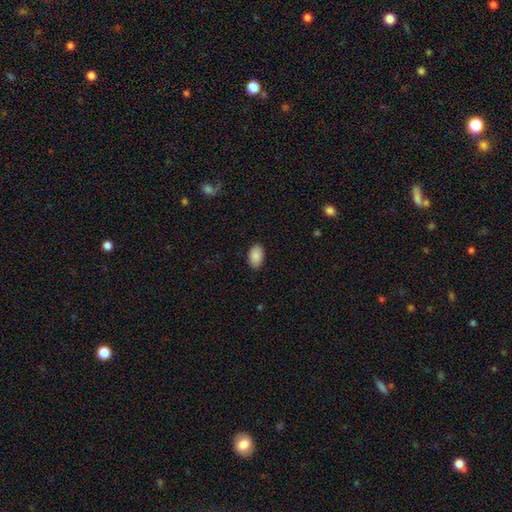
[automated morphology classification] A smooth galaxy with no disk features (89%) that is in between round and cigar-shaped (91%).

Vote fractions:
- Smooth or featured? smooth: 89% / star or artifact: 7% / featured or disk: 4%
- How rounded? in between: 91% / round: 8% / cigar-shaped: 1%
- Merging? none: 88% / minor disturbance: 9% / major disturbance: 2% / merger: 1%